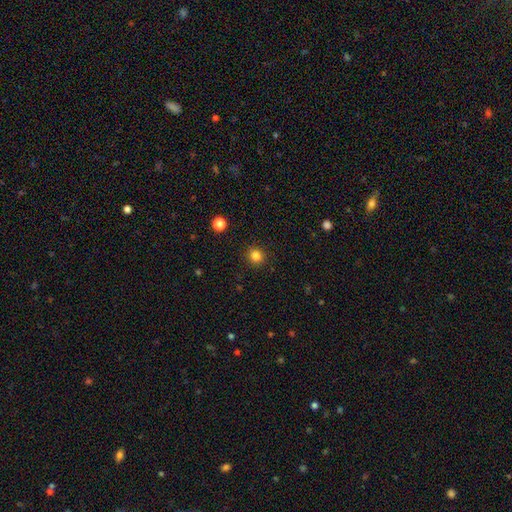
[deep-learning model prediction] This appears to be a smooth galaxy with no disk features (83%) that is round (89%). Merging: none (91%).